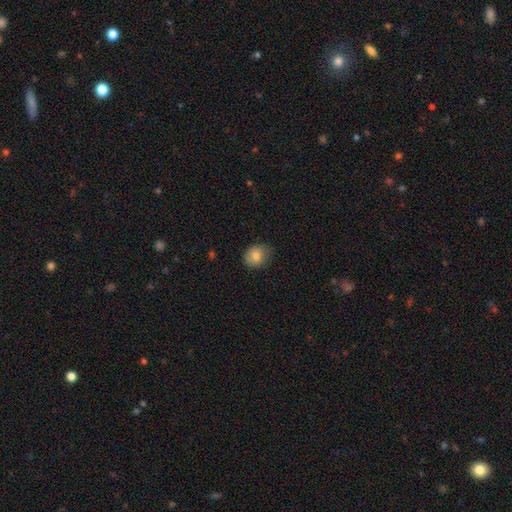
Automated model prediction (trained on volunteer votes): This appears to be a smooth galaxy with no disk features (81%) that is round (62%). Merging: none (70%).